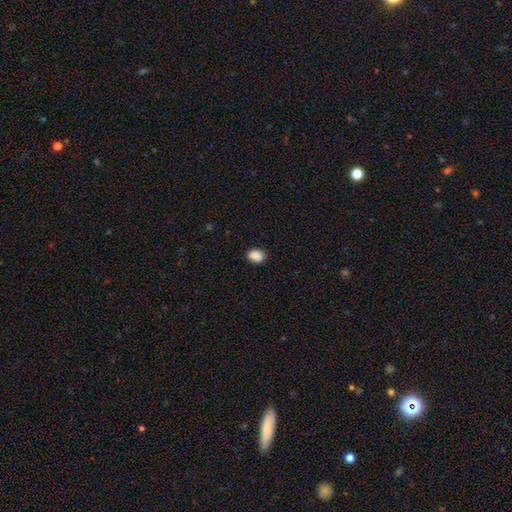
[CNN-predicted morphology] type=smooth (87%); roundness=in between (58%); merging=none (82%).